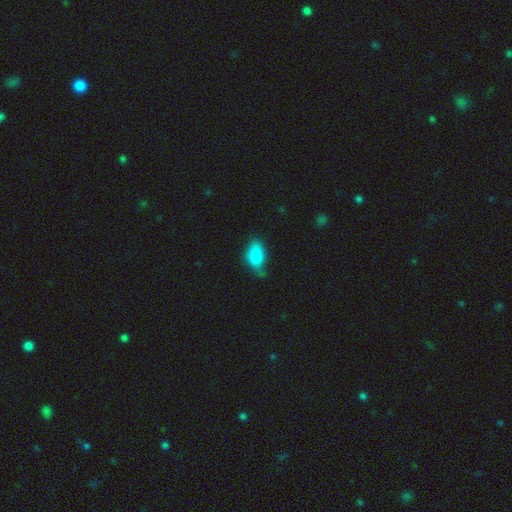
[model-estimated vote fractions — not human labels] This is clearly a smooth galaxy (85%). How rounded: clearly in between (90%). Merging: marginally none (45%).